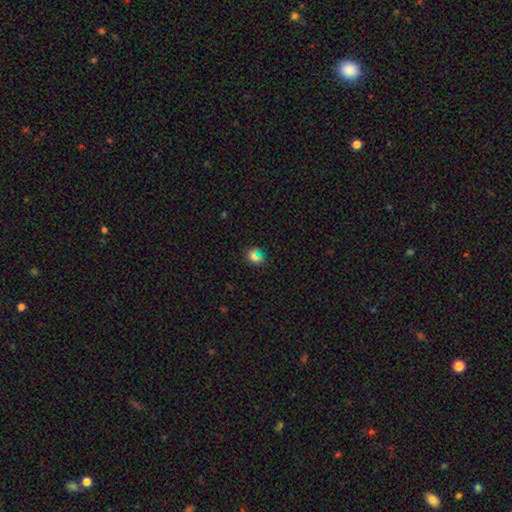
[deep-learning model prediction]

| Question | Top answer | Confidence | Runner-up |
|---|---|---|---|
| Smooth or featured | smooth | 64% | star or artifact (24%) |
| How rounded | round | 78% | in between (20%) |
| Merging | none | 73% | minor disturbance (14%) |